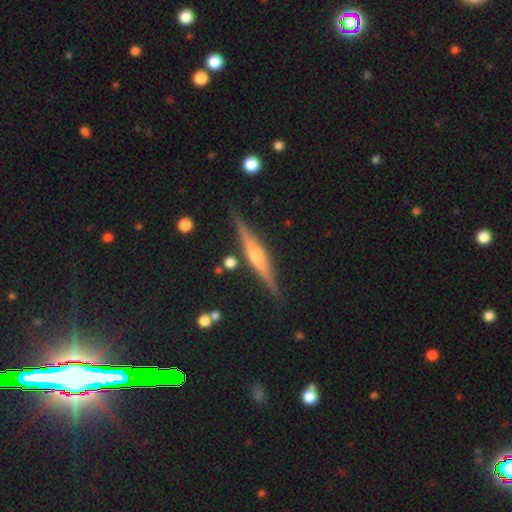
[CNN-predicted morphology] Smooth or featured? Predicted: featured or disk (p=0.76). Edge-on disk? Predicted: yes (p=0.97). Edge-on bulge? Predicted: rounded (p=0.74). Merging? Predicted: none (p=0.87).